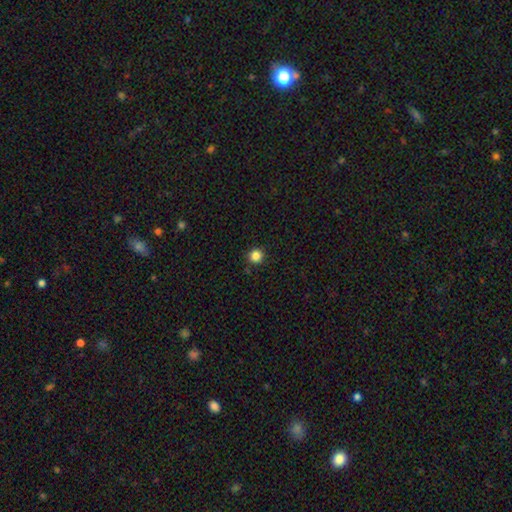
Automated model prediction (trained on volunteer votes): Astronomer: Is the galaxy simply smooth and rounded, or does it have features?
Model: smooth — 84%.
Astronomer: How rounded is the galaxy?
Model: round — 94%.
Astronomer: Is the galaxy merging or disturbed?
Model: none — 90%.